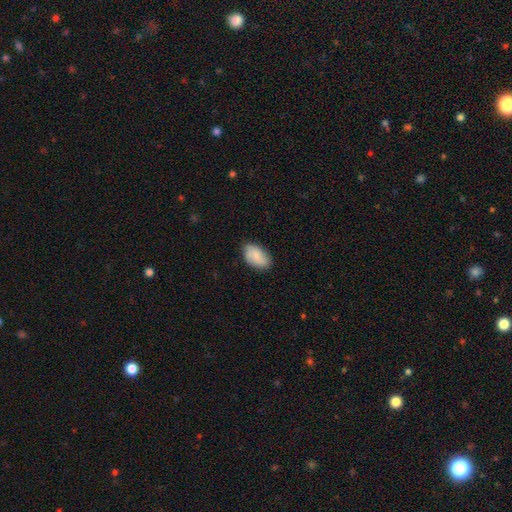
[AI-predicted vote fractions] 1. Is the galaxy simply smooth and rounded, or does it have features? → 75% smooth, 18% featured or disk, 7% star or artifact.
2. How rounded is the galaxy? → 91% in between, 7% round, 2% cigar-shaped.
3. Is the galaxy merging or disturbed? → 79% none, 17% minor disturbance, 4% major disturbance, 1% merger.